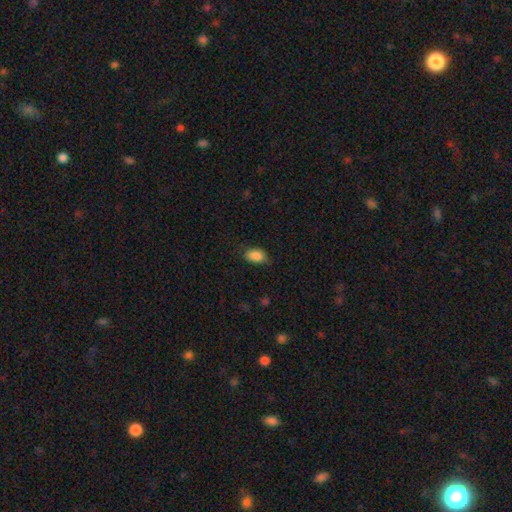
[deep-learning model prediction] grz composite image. It shows a smooth galaxy with no disk features (88%) that is in between round and cigar-shaped (88%). Merging: none (75%).